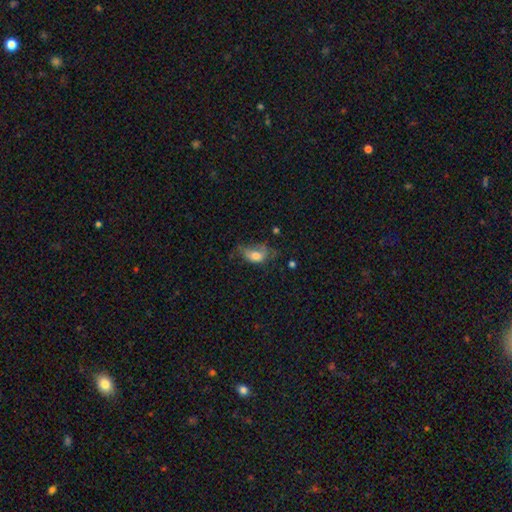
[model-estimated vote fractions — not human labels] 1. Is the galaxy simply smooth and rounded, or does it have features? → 68% smooth, 22% featured or disk, 10% star or artifact.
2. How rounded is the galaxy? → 84% in between, 14% round, 3% cigar-shaped.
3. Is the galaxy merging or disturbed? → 40% major disturbance, 30% minor disturbance, 25% none, 4% merger.